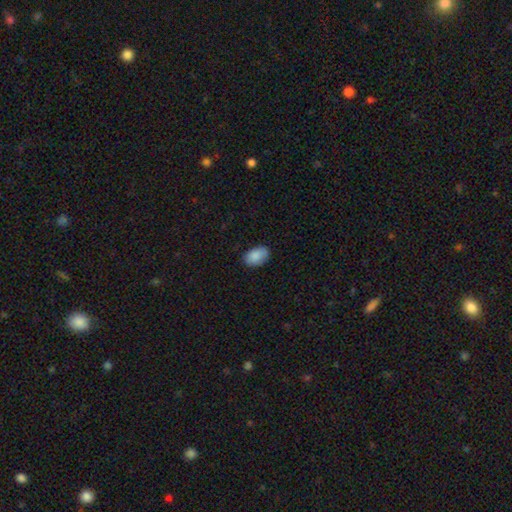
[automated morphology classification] The model was most divided on "merging": none: 83%, minor disturbance: 13%, major disturbance: 2%, merger: 1%. More confident: how rounded — in between (90%); smooth or featured — smooth (88%).